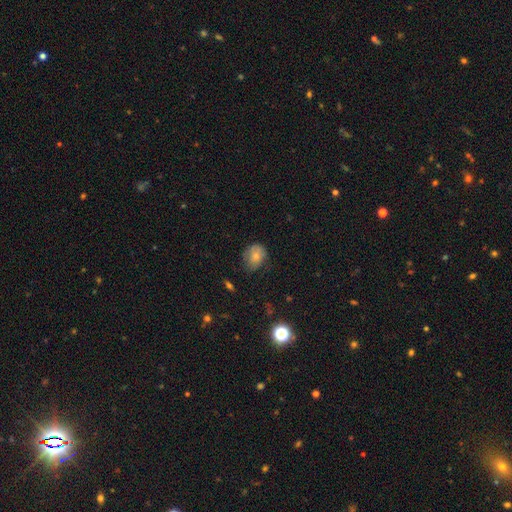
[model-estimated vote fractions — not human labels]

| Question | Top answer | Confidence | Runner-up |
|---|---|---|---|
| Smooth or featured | smooth | 70% | featured or disk (20%) |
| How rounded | in between | 52% | round (47%) |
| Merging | none | 53% | minor disturbance (34%) |